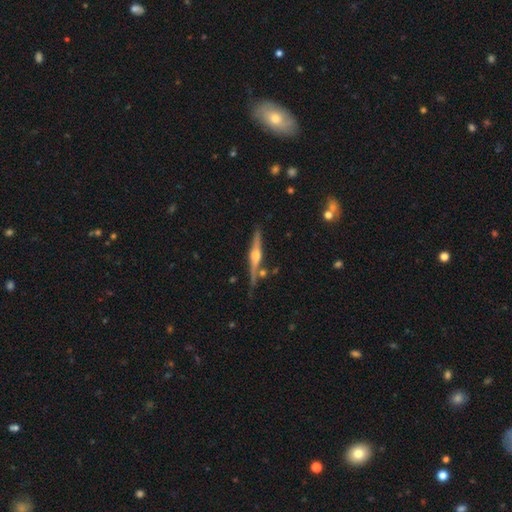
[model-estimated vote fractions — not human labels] Smooth or featured?
  - featured or disk: 79% *
  - smooth: 14%
  - star or artifact: 6%
Edge-on disk?
  - yes: 98% *
  - no: 2%
Edge-on bulge?
  - rounded: 90% *
  - boxy: 6%
  - none: 3%
Merging?
  - none: 79% *
  - minor disturbance: 12%
  - merger: 6%
  - major disturbance: 3%